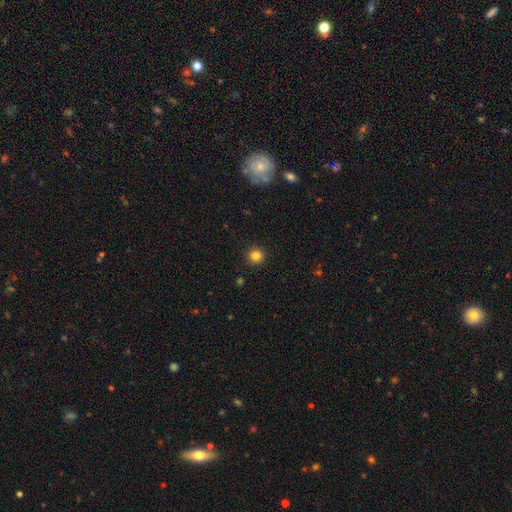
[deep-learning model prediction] Overall: smooth (83%). How rounded: round (94%). Merging: none (92%).